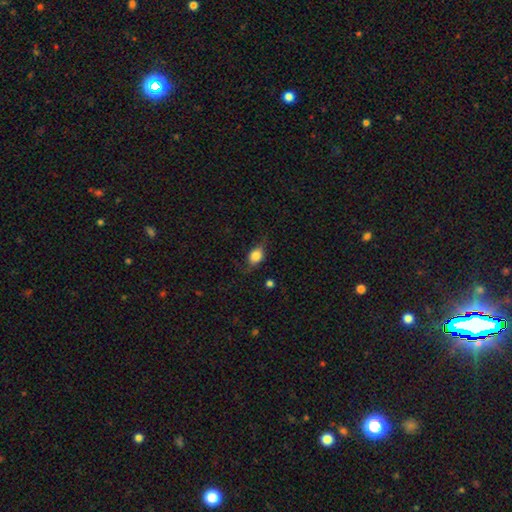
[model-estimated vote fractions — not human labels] Q: Smooth or featured?
A: smooth (76%); runner-up: featured or disk (15%)
Q: How rounded?
A: in between (62%); runner-up: round (35%)
Q: Merging?
A: none (63%); runner-up: minor disturbance (25%)